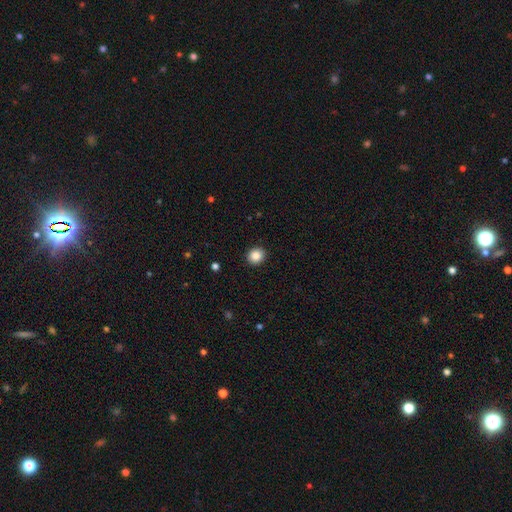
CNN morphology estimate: Smooth or featured: smooth — 87% (star or artifact — 10%)
How rounded: round — 87% (in between — 13%)
Merging: none — 92% (minor disturbance — 5%)